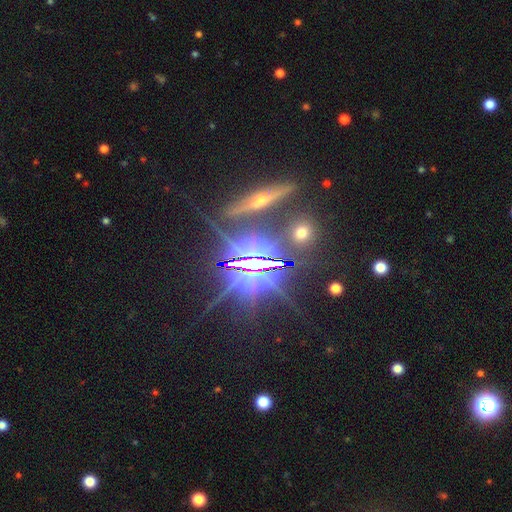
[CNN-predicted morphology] Overall: star or artifact (67%).